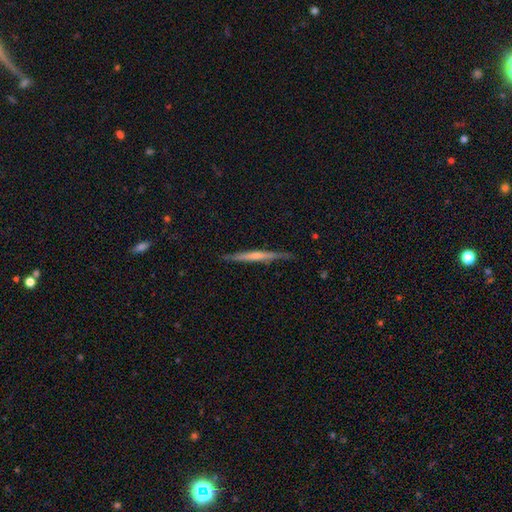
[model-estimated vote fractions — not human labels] smooth_or_featured: featured or disk (p=0.72) [alt: smooth p=0.20]
disk_edge_on: yes (p=0.97) [alt: no p=0.03]
edge_on_bulge: rounded (p=0.65) [alt: none p=0.26]
merging: none (p=0.88) [alt: minor disturbance p=0.09]